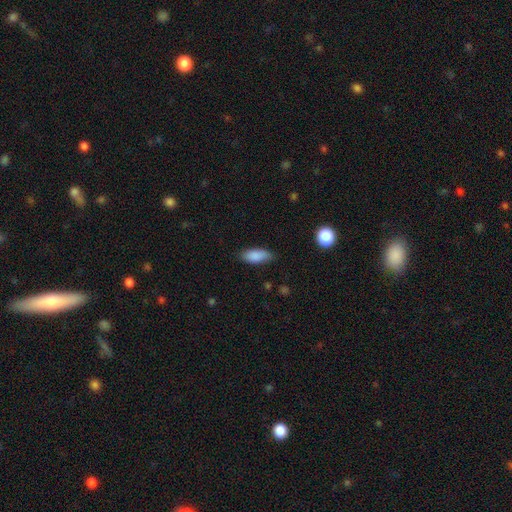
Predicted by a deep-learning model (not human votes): Smooth or featured? Predicted: smooth (p=0.87). How rounded? Predicted: in between (p=0.83). Merging? Predicted: none (p=0.81).